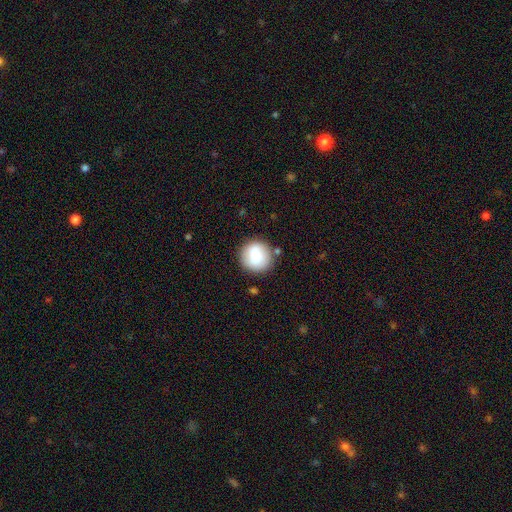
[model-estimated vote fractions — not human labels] Smooth or featured? smooth (84%)
How rounded? round (92%)
Merging? none (81%)